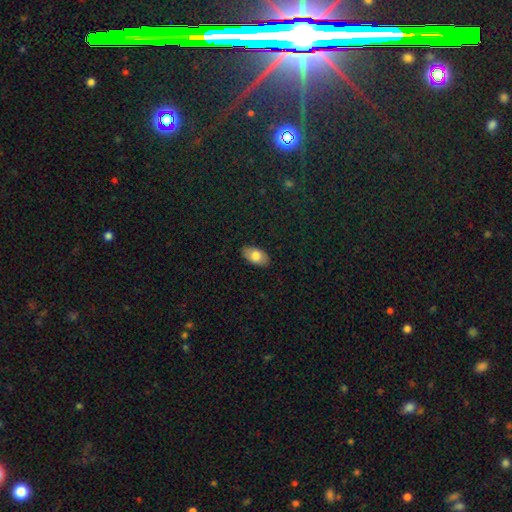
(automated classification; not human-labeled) A smooth galaxy with no disk features (78%) that is in between round and cigar-shaped (94%).

Vote fractions:
- Smooth or featured? smooth: 78% / featured or disk: 15% / star or artifact: 7%
- How rounded? in between: 94% / round: 4% / cigar-shaped: 2%
- Merging? none: 88% / minor disturbance: 9% / major disturbance: 2% / merger: 1%